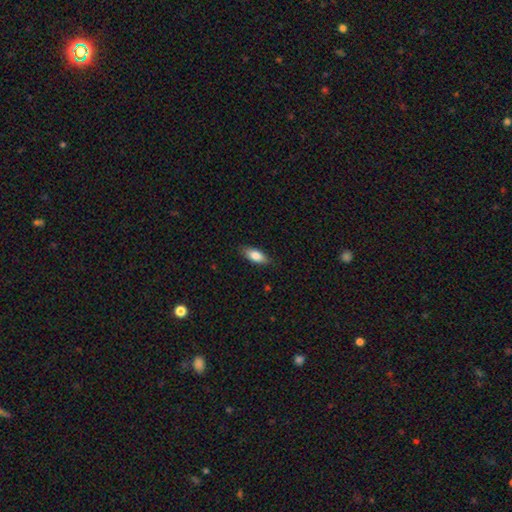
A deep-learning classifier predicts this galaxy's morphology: This appears to be a smooth galaxy with no disk features (82%) that is in between round and cigar-shaped (82%). Merging: none (86%).